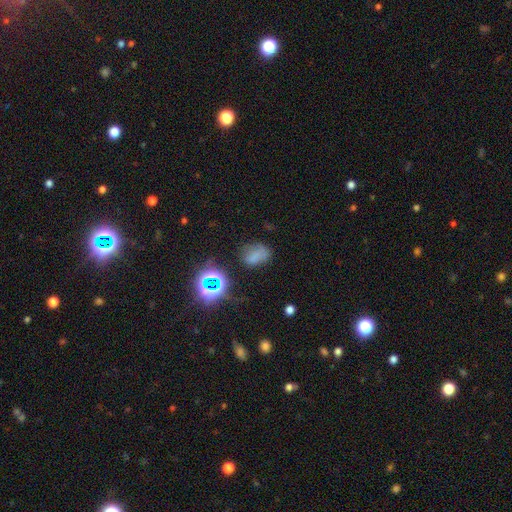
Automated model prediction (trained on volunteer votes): Smooth or featured?
  - smooth: 59% *
  - star or artifact: 27%
  - featured or disk: 13%
How rounded?
  - in between: 75% *
  - round: 23%
  - cigar-shaped: 2%
Merging?
  - none: 58% *
  - minor disturbance: 25%
  - major disturbance: 13%
  - merger: 4%